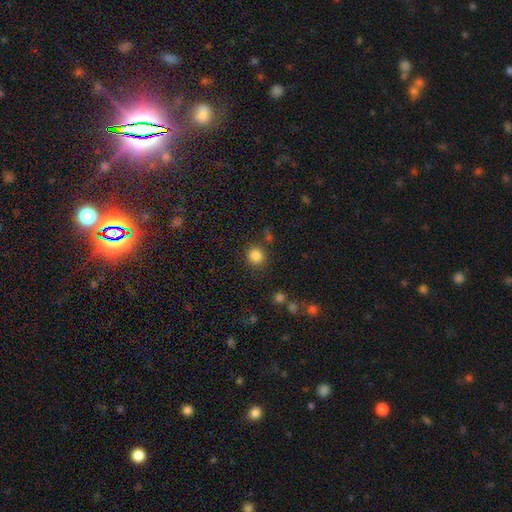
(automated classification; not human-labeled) Q: Smooth or featured?
A: smooth (85%); runner-up: star or artifact (11%)
Q: How rounded?
A: round (89%); runner-up: in between (10%)
Q: Merging?
A: none (84%); runner-up: minor disturbance (8%)